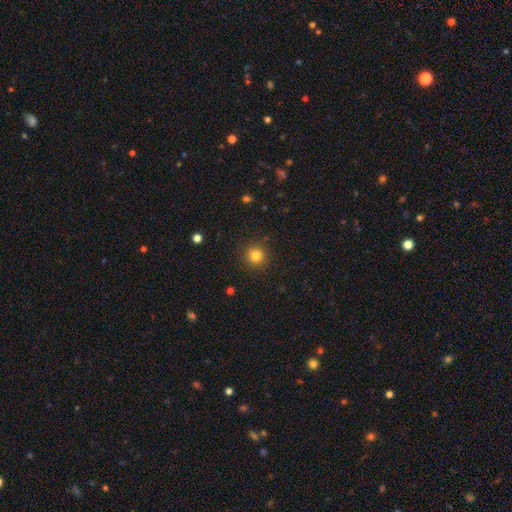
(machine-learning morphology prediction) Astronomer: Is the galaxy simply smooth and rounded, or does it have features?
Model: smooth — 81%.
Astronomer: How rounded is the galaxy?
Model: round — 94%.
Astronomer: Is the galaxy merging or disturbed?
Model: none — 91%.